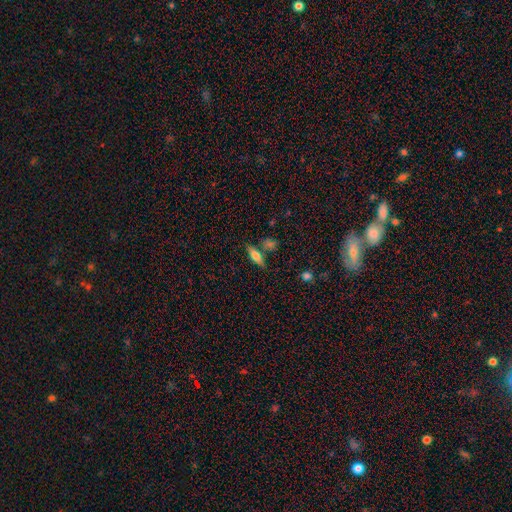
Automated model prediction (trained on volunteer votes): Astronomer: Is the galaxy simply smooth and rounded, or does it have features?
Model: smooth — 62%.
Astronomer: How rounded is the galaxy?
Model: in between — 56% (runner-up: cigar-shaped, 40%).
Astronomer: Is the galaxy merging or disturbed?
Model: none — 72%.